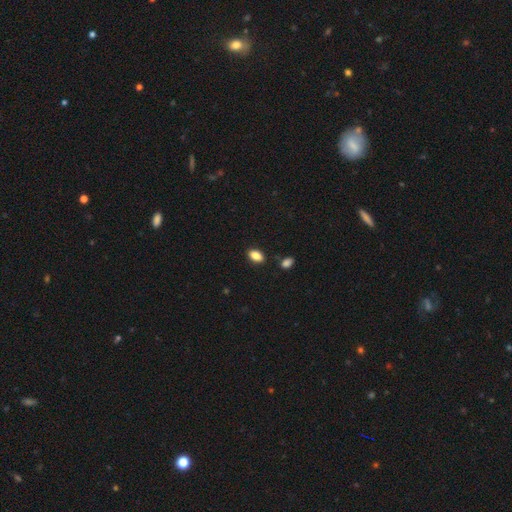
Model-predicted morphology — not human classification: The model was most divided on "merging": none: 85%, minor disturbance: 9%, merger: 4%, major disturbance: 2%. More confident: how rounded — in between (90%); smooth or featured — smooth (86%).